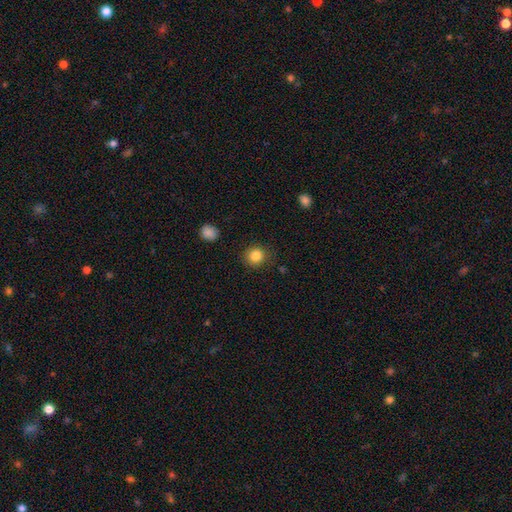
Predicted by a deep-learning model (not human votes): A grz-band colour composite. It shows a smooth galaxy with no disk features (85%) that is round (90%). Merging: none (87%).